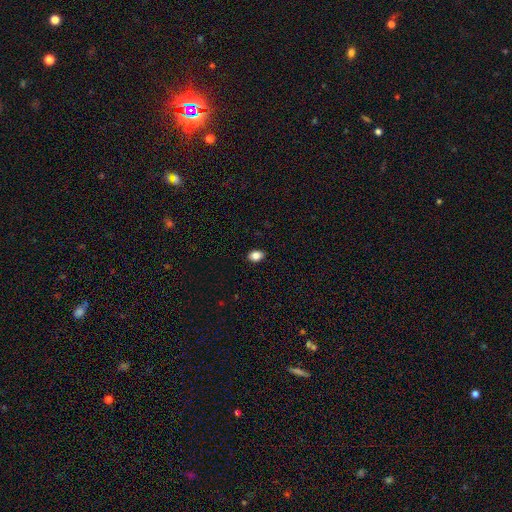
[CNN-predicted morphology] A smooth galaxy with no disk features (86%) that is in between round and cigar-shaped (75%).

Vote fractions:
- Smooth or featured? smooth: 86% / star or artifact: 9% / featured or disk: 5%
- How rounded? in between: 75% / round: 23% / cigar-shaped: 1%
- Merging? none: 88% / minor disturbance: 9% / major disturbance: 2% / merger: 1%